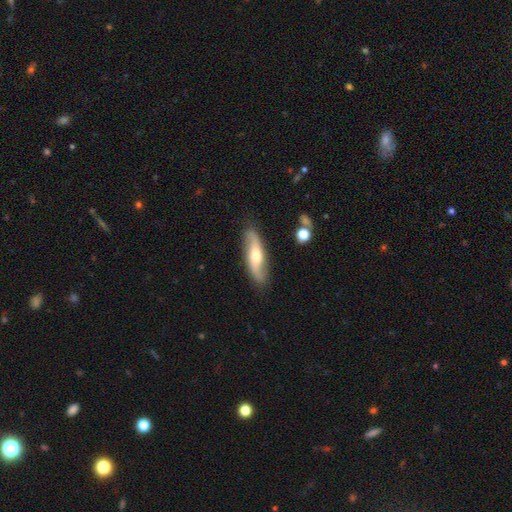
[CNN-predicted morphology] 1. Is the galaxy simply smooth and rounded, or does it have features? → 64% featured or disk, 30% smooth, 5% star or artifact.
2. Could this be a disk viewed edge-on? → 70% no, 30% yes.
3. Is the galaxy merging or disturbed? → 82% none, 13% minor disturbance, 3% major disturbance, 2% merger.